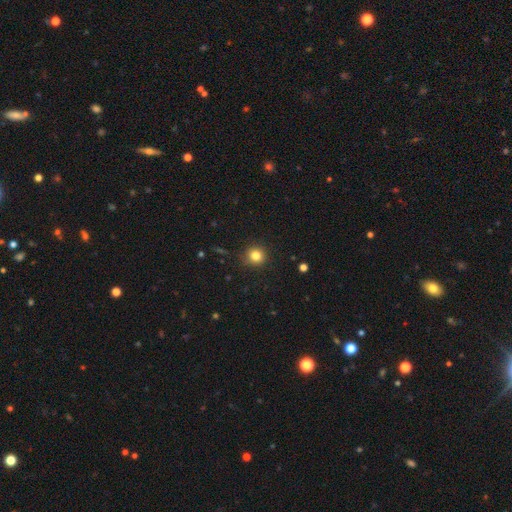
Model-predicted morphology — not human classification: type=smooth (82%); roundness=round (92%); merging=none (88%).